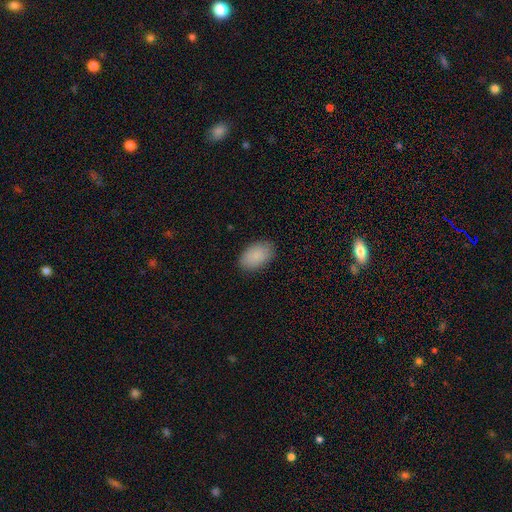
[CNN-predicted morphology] Overall: smooth (89%). How rounded: in between (93%). Merging: none (87%).